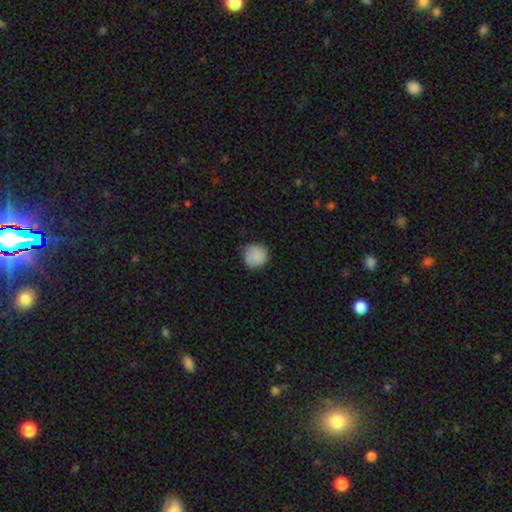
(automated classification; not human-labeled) This appears to be a smooth galaxy with no disk features (88%) that is round (91%). Merging: none (81%).